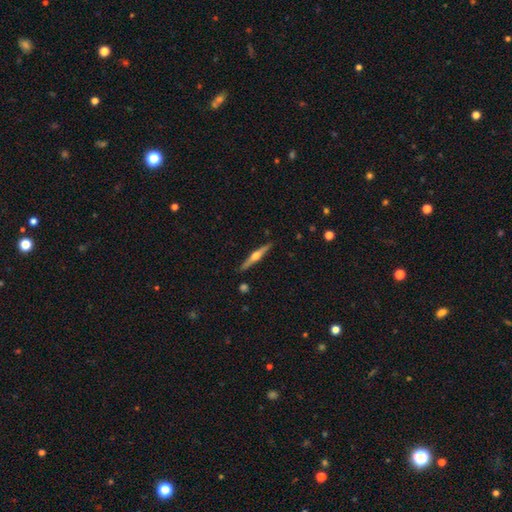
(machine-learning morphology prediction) smooth_or_featured: featured or disk (p=0.72) [alt: smooth p=0.23]
disk_edge_on: yes (p=0.98) [alt: no p=0.02]
edge_on_bulge: rounded (p=0.94) [alt: boxy p=0.03]
merging: none (p=0.89) [alt: minor disturbance p=0.08]